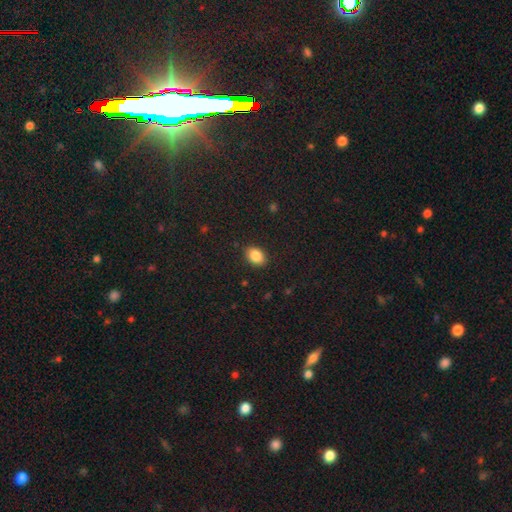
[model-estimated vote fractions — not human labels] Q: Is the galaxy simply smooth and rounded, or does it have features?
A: smooth — 87%.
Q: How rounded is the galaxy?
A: in between — 79%.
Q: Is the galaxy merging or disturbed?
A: none — 87%.